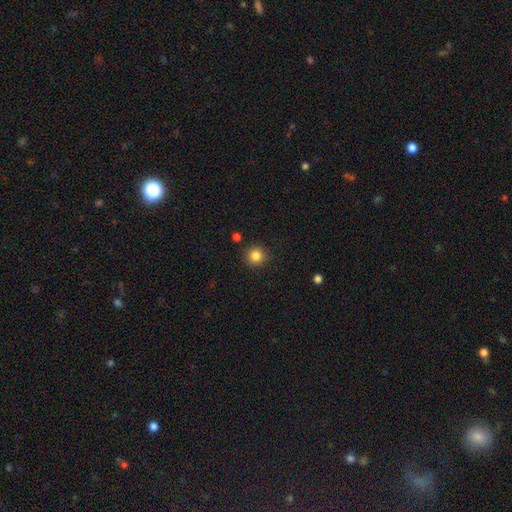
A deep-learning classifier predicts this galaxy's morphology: This is clearly a smooth galaxy (84%). How rounded: clearly round (93%). Merging: clearly none (89%).